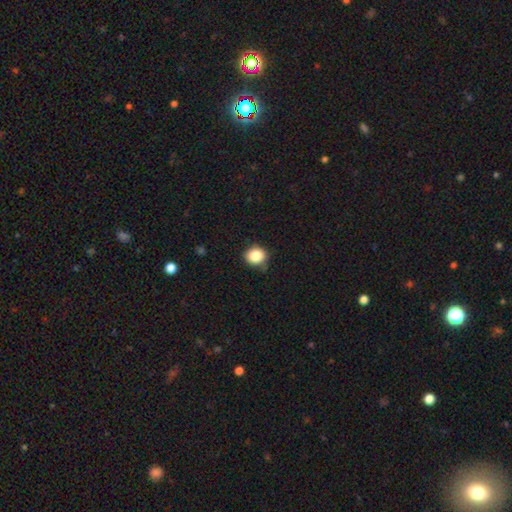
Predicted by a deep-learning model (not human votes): Smooth or featured? smooth (85%)
How rounded? round (79%)
Merging? none (78%)